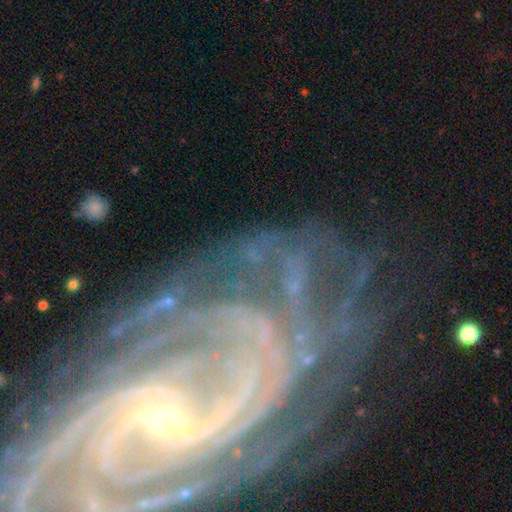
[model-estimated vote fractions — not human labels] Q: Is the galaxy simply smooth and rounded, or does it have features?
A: featured or disk — 77%.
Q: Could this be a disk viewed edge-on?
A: no — 95%.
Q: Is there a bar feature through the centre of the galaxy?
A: strong — 39%.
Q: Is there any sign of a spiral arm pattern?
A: yes — 94%.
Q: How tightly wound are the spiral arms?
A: tight — 69%.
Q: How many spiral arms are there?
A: can't tell — 25%.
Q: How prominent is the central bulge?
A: small — 63%.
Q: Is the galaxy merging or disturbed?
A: none — 64%.